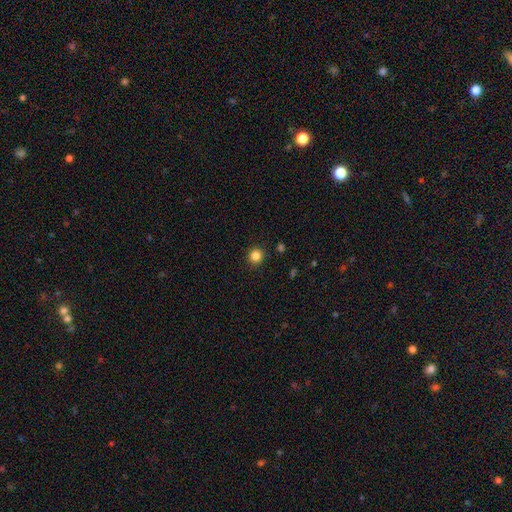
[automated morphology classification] This is clearly a smooth galaxy (84%). How rounded: clearly round (92%). Merging: clearly none (91%).